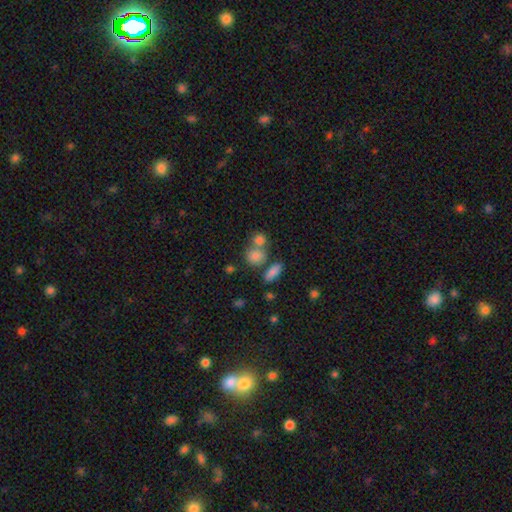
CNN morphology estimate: smooth-or-featured: smooth: 78% | star or artifact: 13% | featured or disk: 9%
  how-rounded: round: 67% | in between: 31% | cigar-shaped: 2%
  merging: none: 50% | merger: 35% | minor disturbance: 10% | major disturbance: 5%